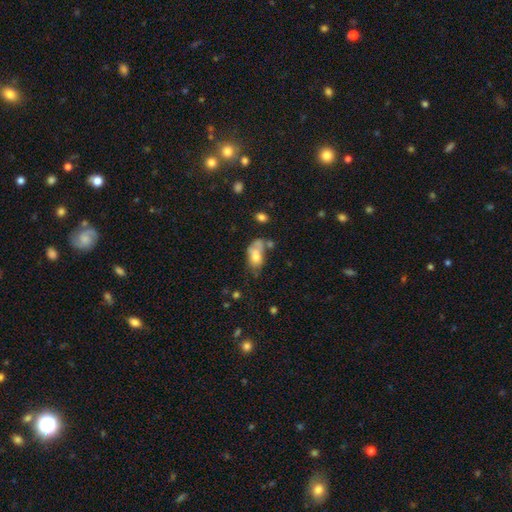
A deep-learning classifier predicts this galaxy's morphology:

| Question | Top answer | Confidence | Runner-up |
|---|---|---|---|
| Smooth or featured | smooth | 61% | featured or disk (29%) |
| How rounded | in between | 86% | round (11%) |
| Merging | merger | 28% | none (26%) |